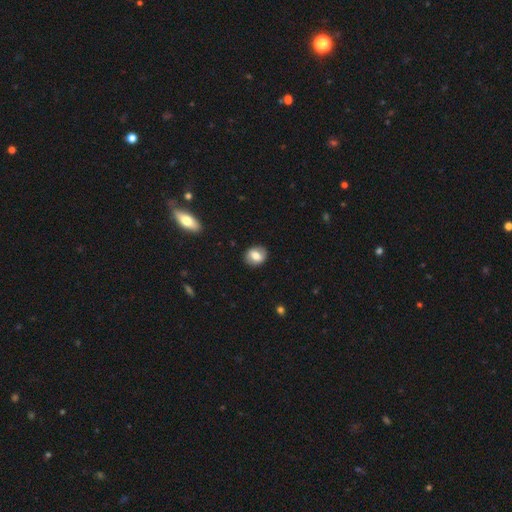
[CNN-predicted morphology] smooth_or_featured: smooth (p=0.64) [alt: featured or disk p=0.28]
how_rounded: round (p=0.58) [alt: in between p=0.41]
merging: none (p=0.85) [alt: minor disturbance p=0.11]